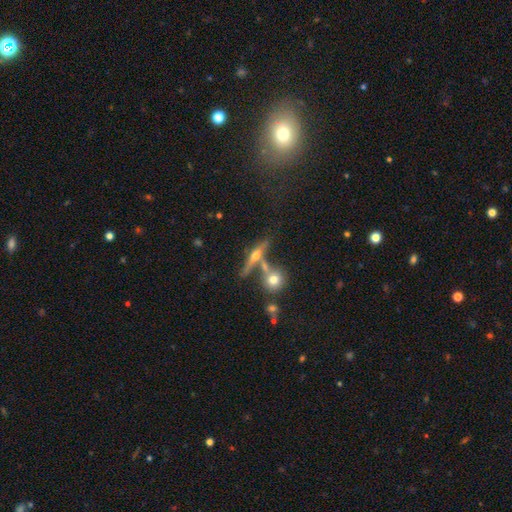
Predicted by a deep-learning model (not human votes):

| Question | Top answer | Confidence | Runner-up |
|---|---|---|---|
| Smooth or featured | featured or disk | 63% | smooth (27%) |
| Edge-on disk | yes | 89% | no (11%) |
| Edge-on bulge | rounded | 91% | none (6%) |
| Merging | none | 59% | merger (23%) |